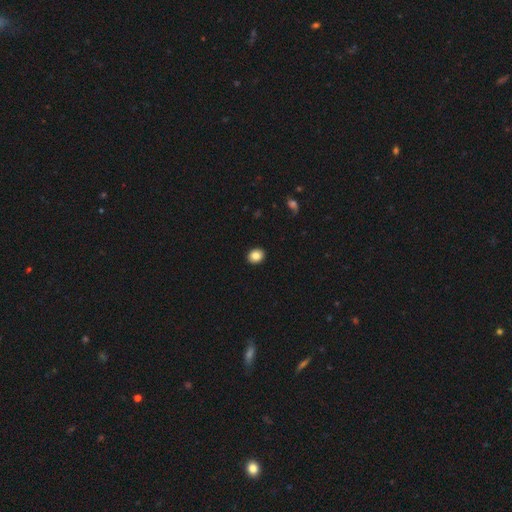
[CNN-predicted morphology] Overall: smooth (85%). How rounded: round (59%; in between 40%). Merging: none (92%).